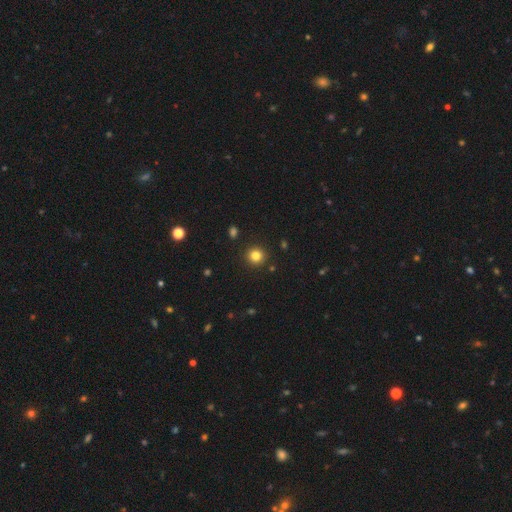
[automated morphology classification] The model was most divided on "smooth or featured": smooth: 82%, star or artifact: 13%, featured or disk: 5%. More confident: how rounded — round (93%); merging — none (92%).